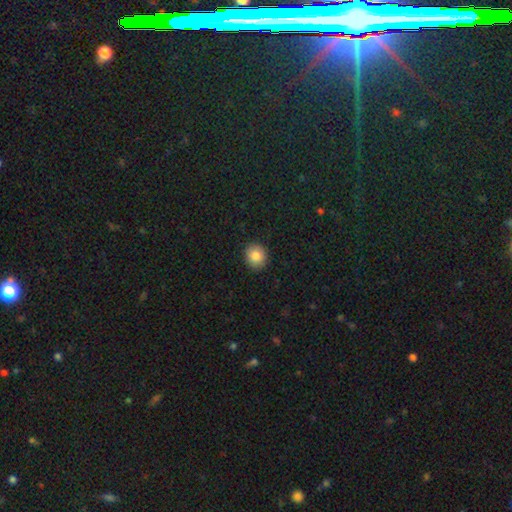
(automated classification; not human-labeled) A smooth galaxy with no disk features (85%) that is round (79%). Merging: none (91%).